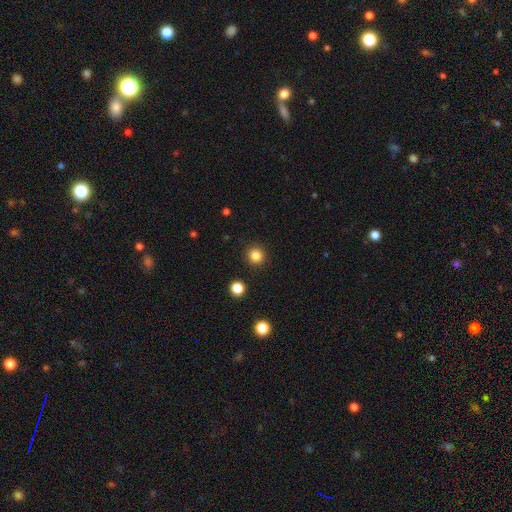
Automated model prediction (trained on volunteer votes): A smooth galaxy with no disk features (83%) that is round (94%). Merging: none (92%).